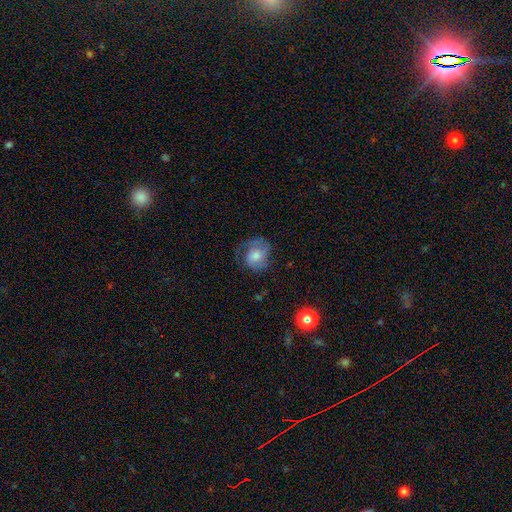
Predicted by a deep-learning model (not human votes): Q: Smooth or featured?
A: featured or disk (54%); runner-up: smooth (38%)
Q: Edge-on disk?
A: no (97%); runner-up: yes (3%)
Q: Bar?
A: no (68%); runner-up: weak (27%)
Q: Spiral arms?
A: yes (84%); runner-up: no (16%)
Q: Bulge size?
A: moderate (46%); runner-up: small (23%)
Q: Merging?
A: none (52%); runner-up: minor disturbance (24%)